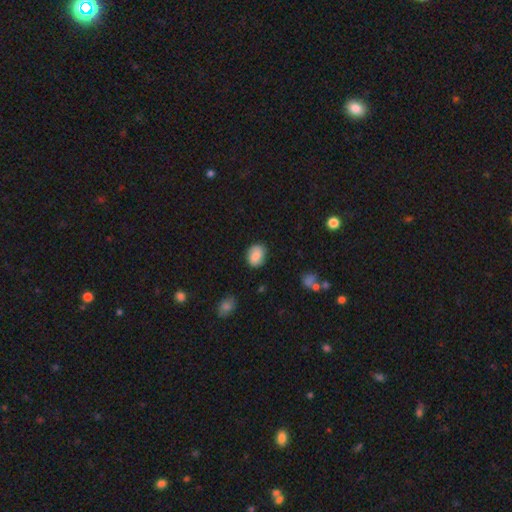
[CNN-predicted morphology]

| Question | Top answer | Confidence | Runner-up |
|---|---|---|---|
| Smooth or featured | smooth | 79% | featured or disk (13%) |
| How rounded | in between | 55% | round (44%) |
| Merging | none | 81% | minor disturbance (14%) |